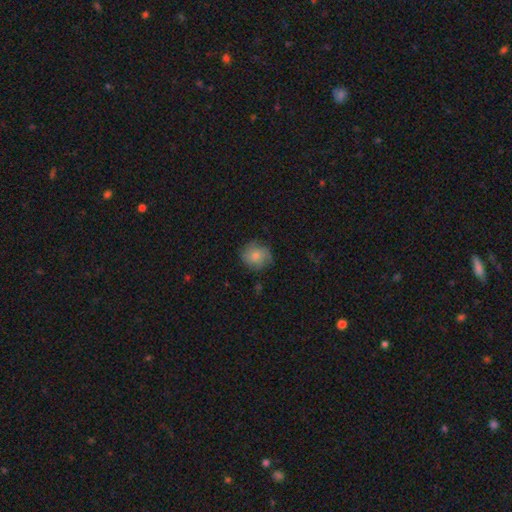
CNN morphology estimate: A smooth galaxy with no disk features (67%) that is round (86%). Merging: none (75%).